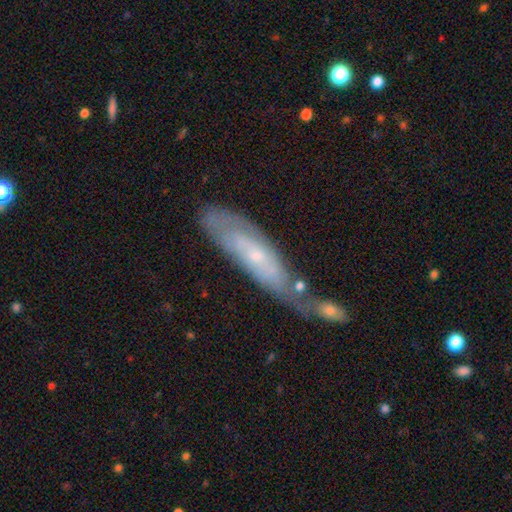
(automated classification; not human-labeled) smooth_or_featured: featured or disk (p=0.61) [alt: smooth p=0.31]
disk_edge_on: no (p=0.75) [alt: yes p=0.25]
merging: none (p=0.37) [alt: merger p=0.31]